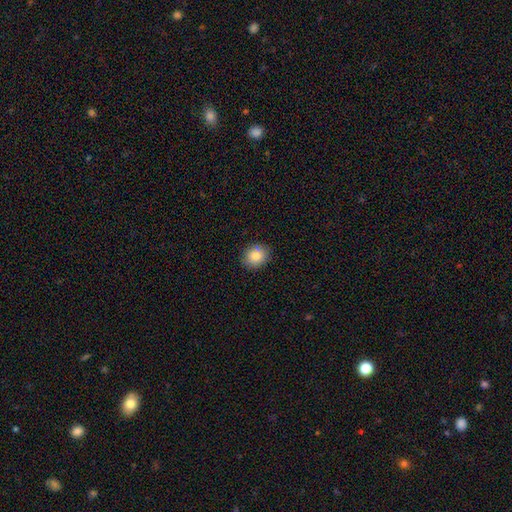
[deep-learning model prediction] Morphology: type=smooth (84%); roundness=round (70%); merging=none (89%).